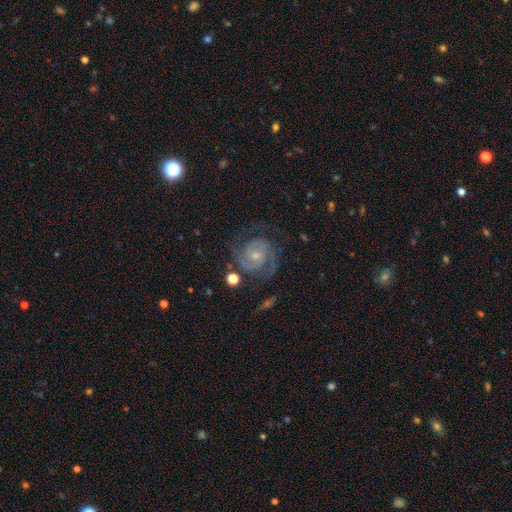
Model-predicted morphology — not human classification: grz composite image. It shows a featured or disk galaxy (89%) with no bar (64%), 2 (80%) tight (58%) spiral arms (98%) and a small central bulge (60%). Merging: none (73%).